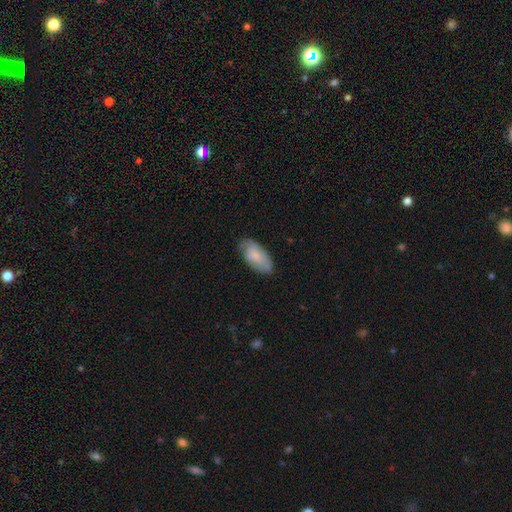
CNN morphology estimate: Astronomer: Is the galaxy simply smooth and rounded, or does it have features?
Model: smooth — 70%.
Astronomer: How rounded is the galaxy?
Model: in between — 93%.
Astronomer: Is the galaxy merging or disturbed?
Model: none — 70%.